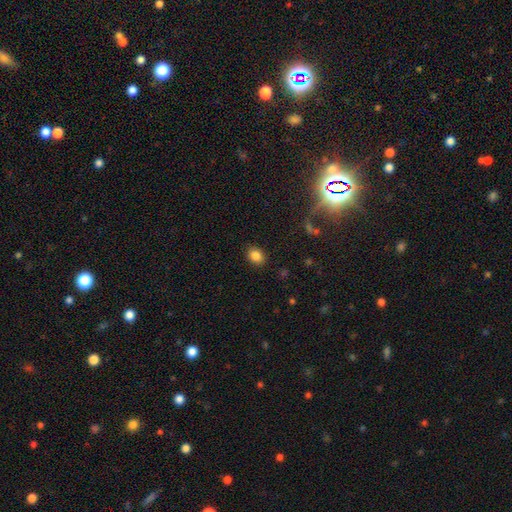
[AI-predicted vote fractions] This is clearly a smooth galaxy (85%). How rounded: likely in between (64%). Merging: clearly none (87%).